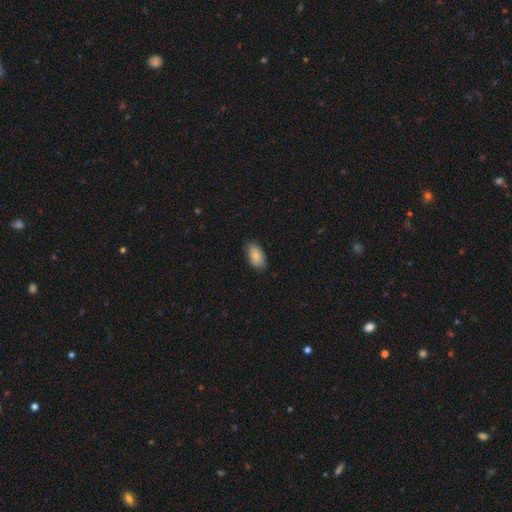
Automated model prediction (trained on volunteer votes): Morphology: type=smooth (85%); roundness=in between (94%); merging=none (81%).